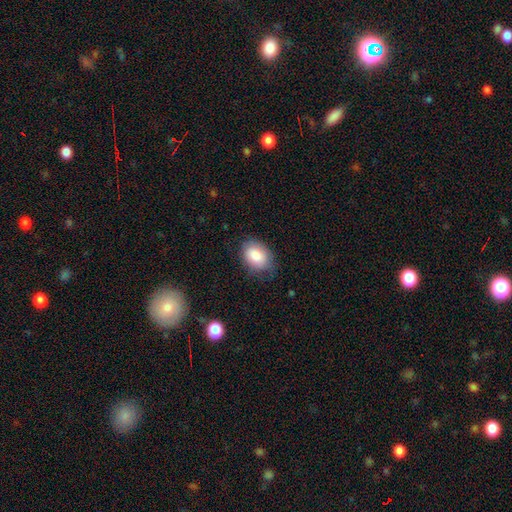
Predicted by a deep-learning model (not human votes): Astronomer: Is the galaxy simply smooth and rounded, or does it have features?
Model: smooth — 85%.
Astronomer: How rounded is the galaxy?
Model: in between — 76%.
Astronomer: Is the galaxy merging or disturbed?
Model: none — 72%.